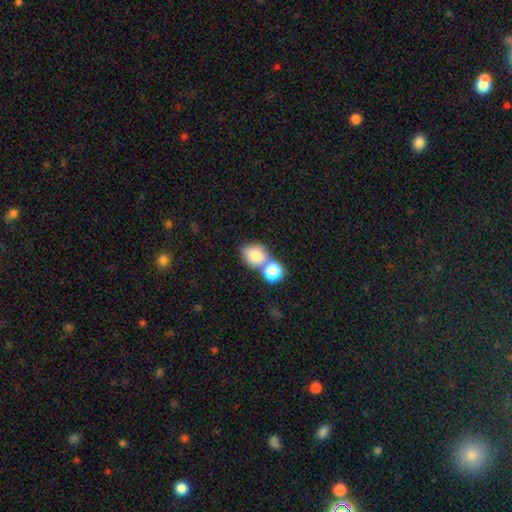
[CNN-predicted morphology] Smooth or featured? Predicted: smooth (p=0.80). How rounded? Predicted: in between (p=0.58). Merging? Predicted: merger (p=0.49).